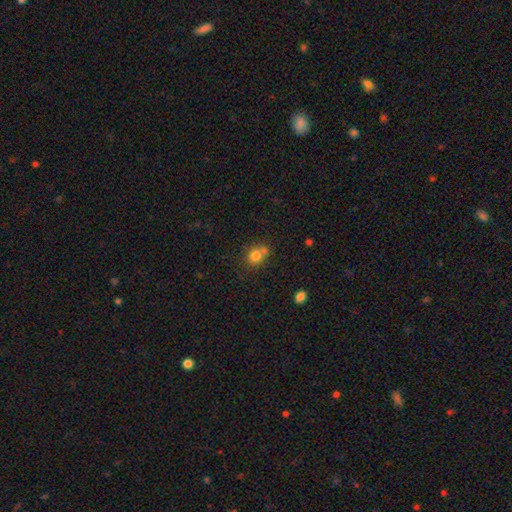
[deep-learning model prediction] This appears to be a smooth galaxy with no disk features (79%) that is round (79%). Merging: none (50%).